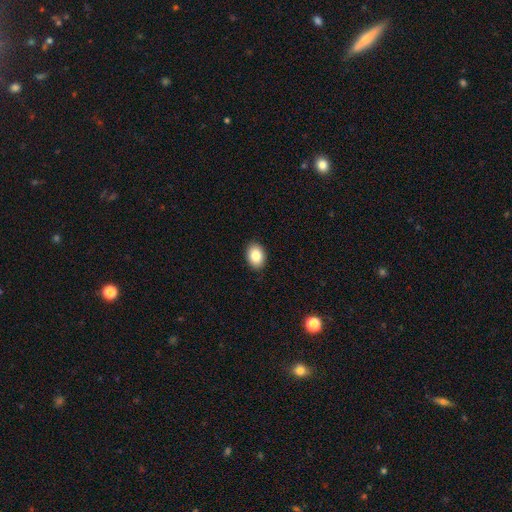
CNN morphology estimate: smooth-or-featured: smooth: 86% | star or artifact: 8% | featured or disk: 6%
  how-rounded: in between: 79% | round: 20% | cigar-shaped: 1%
  merging: none: 90% | minor disturbance: 7% | major disturbance: 2% | merger: 1%